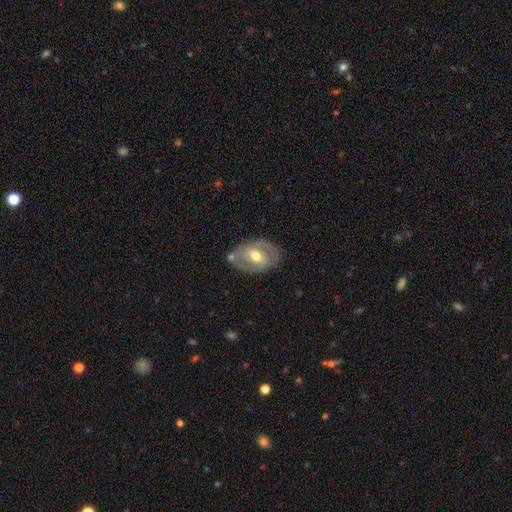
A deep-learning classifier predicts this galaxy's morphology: A featured or disk galaxy (68%) with a weak bar (41%), spiral arms (53%) and a moderate central bulge (71%).

Vote fractions:
- Smooth or featured? featured or disk: 68% / smooth: 26% / star or artifact: 6%
- Edge-on disk? no: 93% / yes: 7%
- Bar? weak: 41% / no: 33% / strong: 26%
- Spiral arms? yes: 53% / no: 47%
- Bulge size? moderate: 71% / small: 22% / large: 5% / none: 1% / dominant: 1%
- Merging? none: 72% / minor disturbance: 17% / major disturbance: 5% / merger: 5%